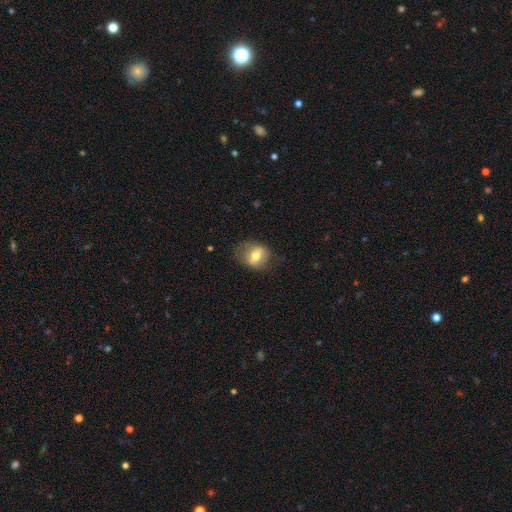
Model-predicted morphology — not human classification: This is possibly a smooth galaxy (57%). How rounded: possibly round (53%). Merging: likely none (69%).